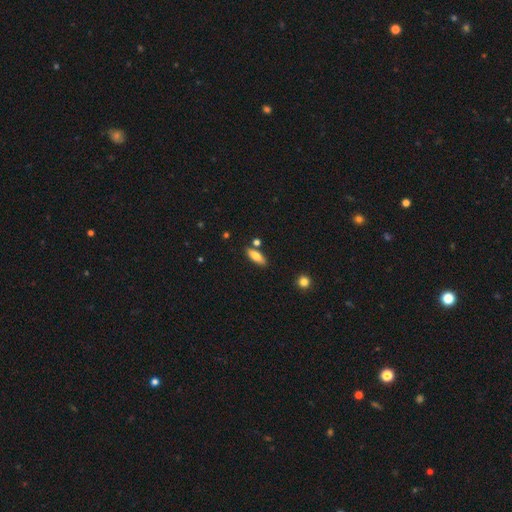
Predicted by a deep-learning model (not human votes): Smooth or featured? Predicted: smooth (p=0.73). How rounded? Predicted: in between (p=0.61). Merging? Predicted: none (p=0.80).